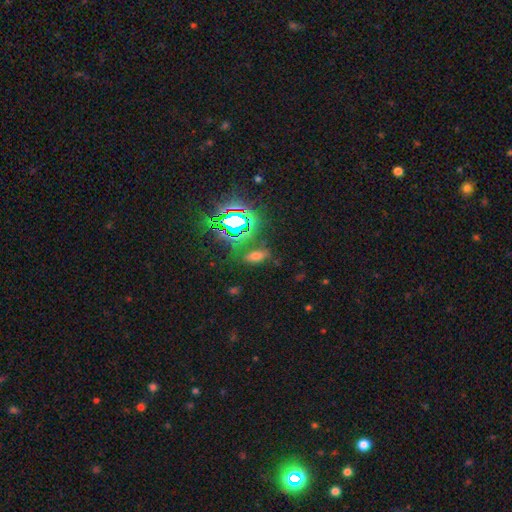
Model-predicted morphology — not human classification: Q: Smooth or featured?
A: smooth (51%); runner-up: star or artifact (38%)
Q: How rounded?
A: in between (78%); runner-up: cigar-shaped (14%)
Q: Merging?
A: none (76%); runner-up: minor disturbance (13%)